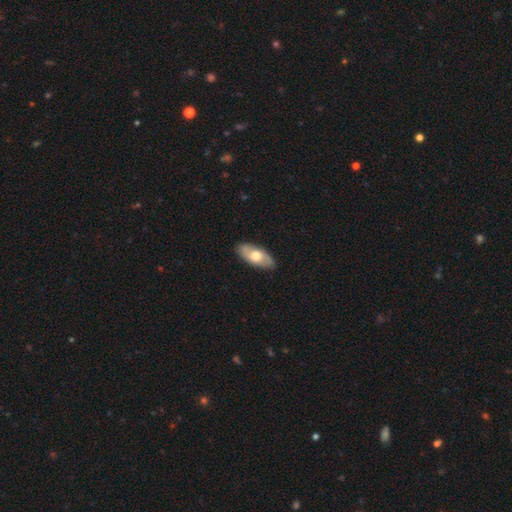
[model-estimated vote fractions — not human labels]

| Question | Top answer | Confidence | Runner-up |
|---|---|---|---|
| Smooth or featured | smooth | 55% | featured or disk (40%) |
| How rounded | in between | 87% | cigar-shaped (10%) |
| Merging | none | 87% | minor disturbance (10%) |